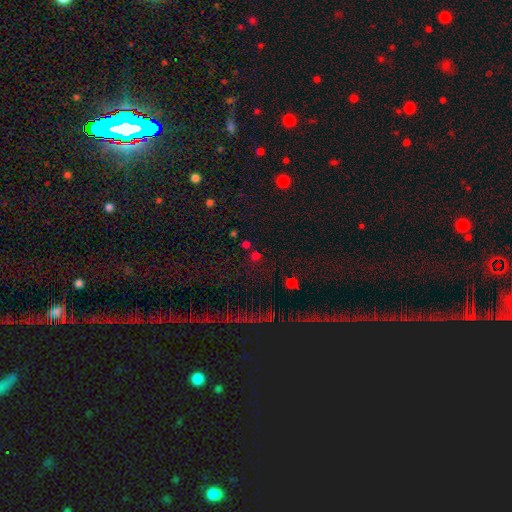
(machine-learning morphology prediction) Smooth or featured?
  - star or artifact: 47% *
  - smooth: 46%
  - featured or disk: 7%